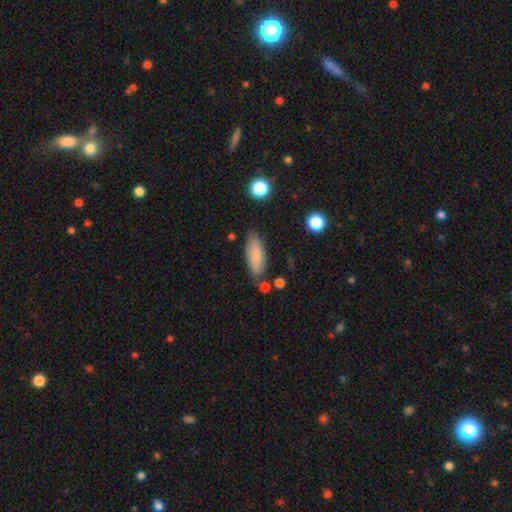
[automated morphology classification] Smooth or featured? Predicted: smooth (p=0.81). How rounded? Predicted: in between (p=0.65). Merging? Predicted: none (p=0.77).